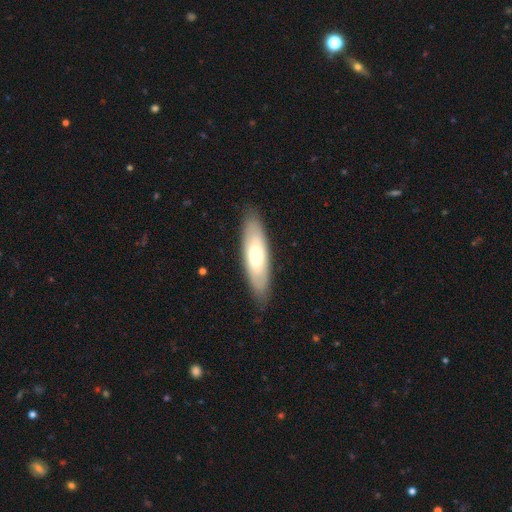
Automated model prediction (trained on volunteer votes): A smooth galaxy with no disk features (60%) that is in between round and cigar-shaped (54%).

Vote fractions:
- Smooth or featured? smooth: 60% / featured or disk: 34% / star or artifact: 6%
- How rounded? in between: 54% / cigar-shaped: 45% / round: 2%
- Merging? none: 84% / minor disturbance: 12% / major disturbance: 3% / merger: 1%